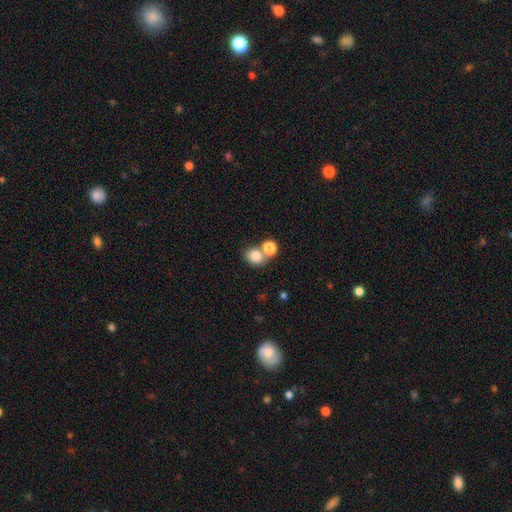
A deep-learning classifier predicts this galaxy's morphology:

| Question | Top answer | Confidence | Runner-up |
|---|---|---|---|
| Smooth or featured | smooth | 81% | star or artifact (11%) |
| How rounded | round | 58% | in between (41%) |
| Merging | none | 49% | merger (38%) |